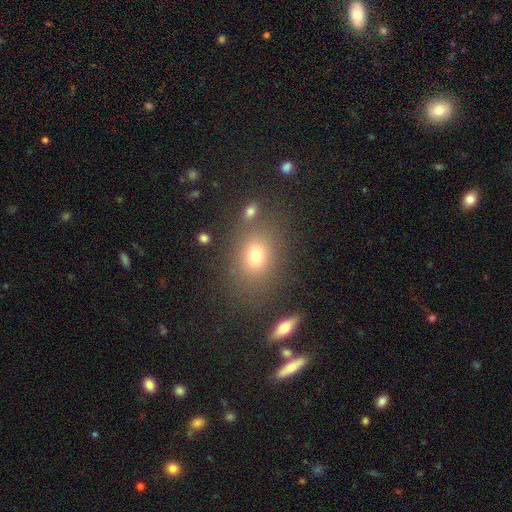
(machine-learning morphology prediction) Smooth or featured: smooth — 73% (star or artifact — 15%)
How rounded: in between — 55% (round — 43%)
Merging: none — 75% (minor disturbance — 12%)